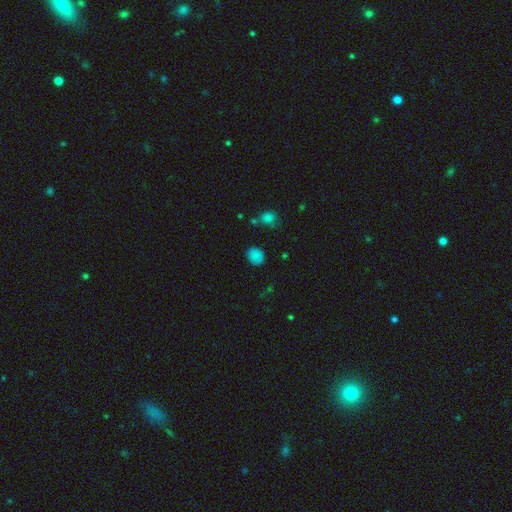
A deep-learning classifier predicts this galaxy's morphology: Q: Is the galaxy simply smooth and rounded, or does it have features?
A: smooth — 80%.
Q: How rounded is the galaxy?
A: round — 60%.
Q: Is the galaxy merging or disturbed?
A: none — 76%.